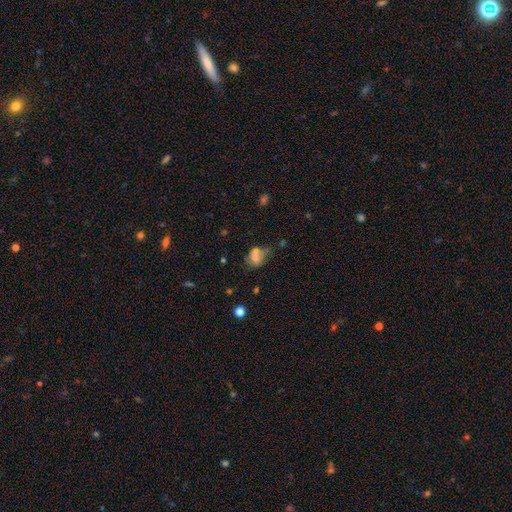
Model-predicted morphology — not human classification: Smooth or featured?
  - smooth: 58% *
  - featured or disk: 27%
  - star or artifact: 14%
How rounded?
  - round: 50% *
  - in between: 49%
  - cigar-shaped: 2%
Merging?
  - merger: 41% *
  - none: 32%
  - minor disturbance: 16%
  - major disturbance: 11%